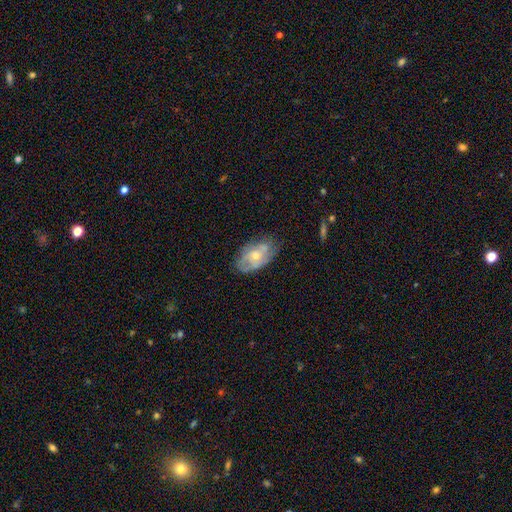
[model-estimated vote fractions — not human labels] This appears to be a featured or disk galaxy (59%) with no bar (77%), spiral arms (66%) and a moderate central bulge (53%). Merging: none (66%).